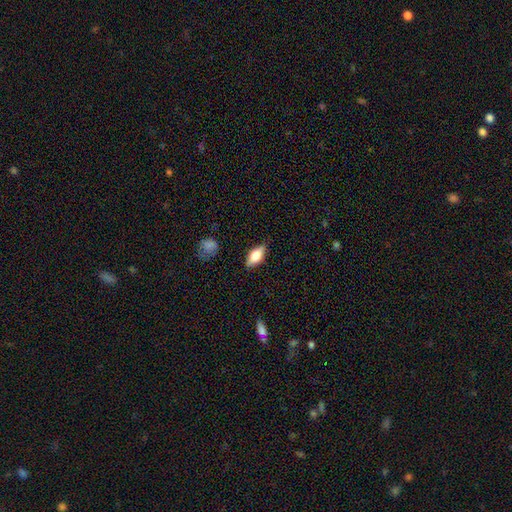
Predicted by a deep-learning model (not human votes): smooth 68%, featured or disk 25%, star or artifact 7%. Down the decision tree: how rounded — in between (82%); merging — none (79%).